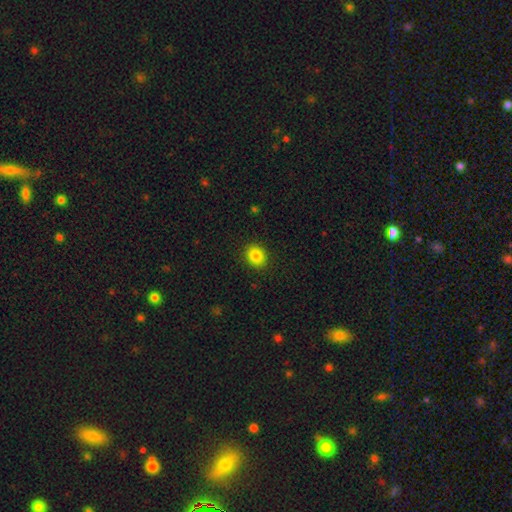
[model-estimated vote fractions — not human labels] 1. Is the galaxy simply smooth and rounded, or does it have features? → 84% smooth, 10% star or artifact, 6% featured or disk.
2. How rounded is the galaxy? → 63% round, 36% in between, 1% cigar-shaped.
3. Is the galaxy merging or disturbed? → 90% none, 7% minor disturbance, 2% major disturbance, 1% merger.